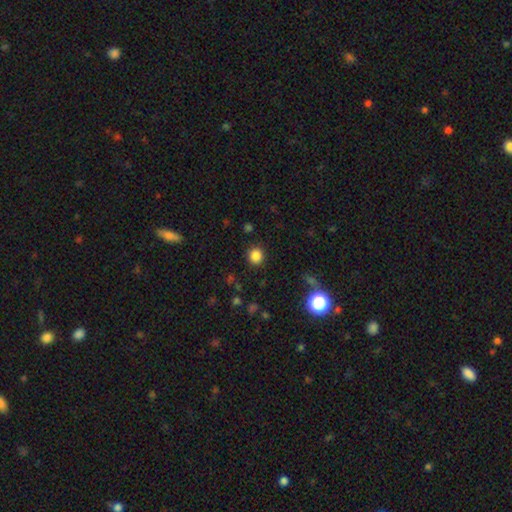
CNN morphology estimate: A smooth galaxy with no disk features (83%) that is round (91%).

Vote fractions:
- Smooth or featured? smooth: 83% / star or artifact: 13% / featured or disk: 4%
- How rounded? round: 91% / in between: 8% / cigar-shaped: 1%
- Merging? none: 90% / minor disturbance: 6% / major disturbance: 3% / merger: 1%